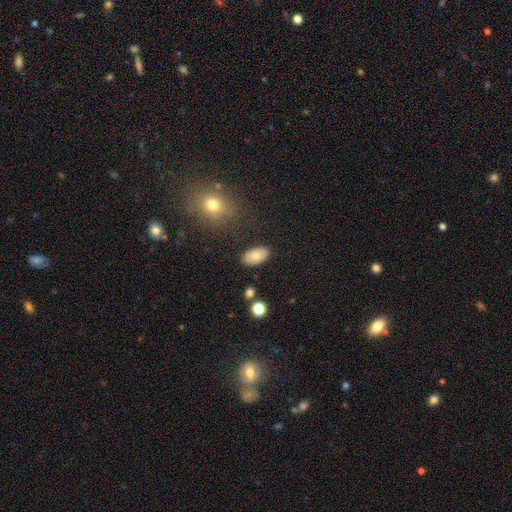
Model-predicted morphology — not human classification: smooth 78%, featured or disk 14%, star or artifact 8%. Down the decision tree: how rounded — in between (94%); merging — none (85%).